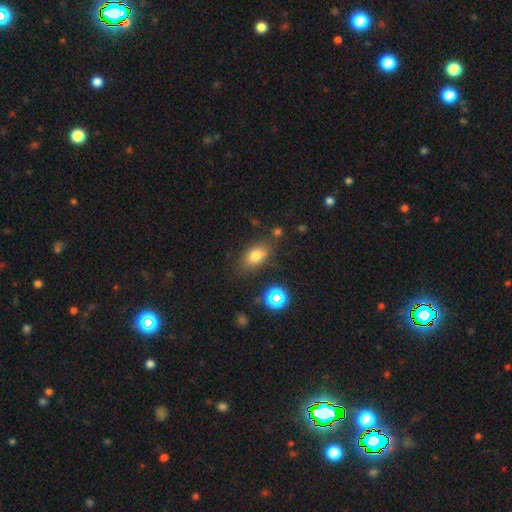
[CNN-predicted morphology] smooth_or_featured: smooth (p=0.75) [alt: star or artifact p=0.14]
how_rounded: in between (p=0.81) [alt: round p=0.17]
merging: none (p=0.73) [alt: minor disturbance p=0.17]